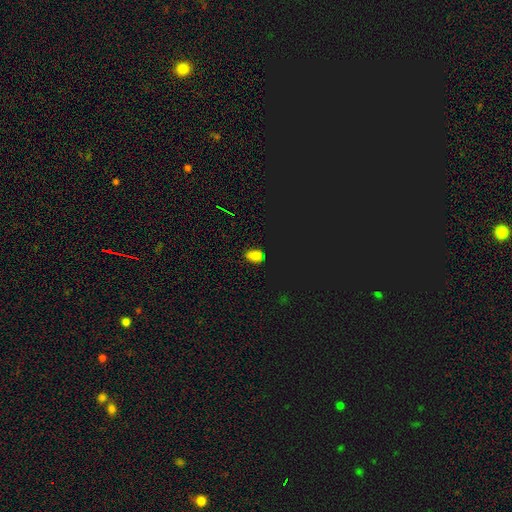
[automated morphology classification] smooth 64%, star or artifact 30%, featured or disk 5%. Down the decision tree: how rounded — in between (80%); merging — none (74%).